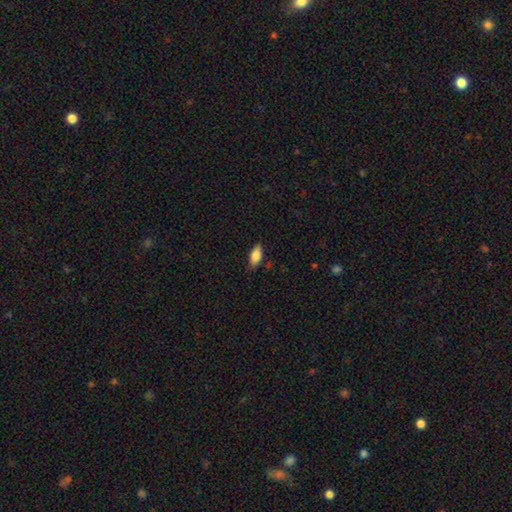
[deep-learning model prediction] Smooth or featured?
  - smooth: 83% *
  - featured or disk: 10%
  - star or artifact: 7%
How rounded?
  - in between: 88% *
  - cigar-shaped: 9%
  - round: 3%
Merging?
  - none: 79% *
  - minor disturbance: 17%
  - major disturbance: 3%
  - merger: 1%